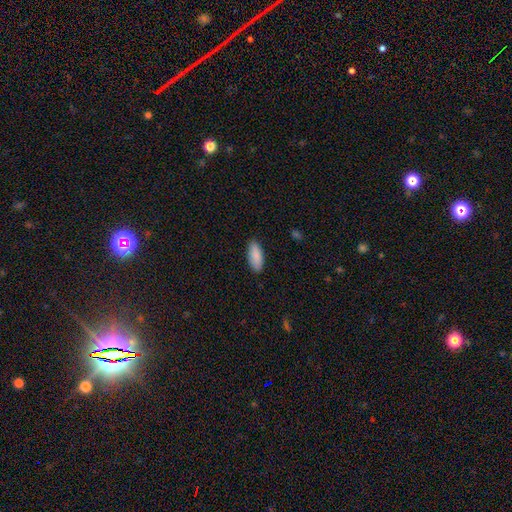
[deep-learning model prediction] This is clearly a smooth galaxy (89%). How rounded: clearly in between (81%). Merging: clearly none (88%).